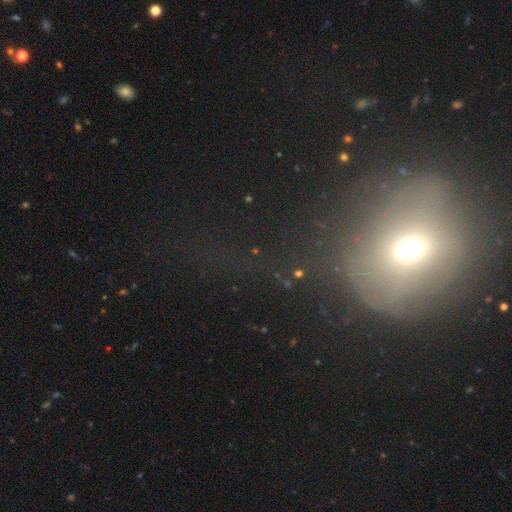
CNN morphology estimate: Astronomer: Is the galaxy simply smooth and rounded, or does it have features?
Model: smooth — 43% (runner-up: star or artifact, 33%).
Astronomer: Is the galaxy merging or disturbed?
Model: none — 52%.